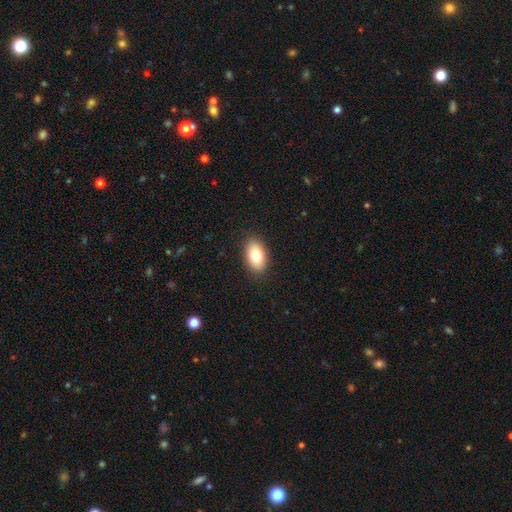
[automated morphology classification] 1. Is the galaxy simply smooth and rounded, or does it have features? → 80% smooth, 13% featured or disk, 7% star or artifact.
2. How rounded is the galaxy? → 92% in between, 6% round, 2% cigar-shaped.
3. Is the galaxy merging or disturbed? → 89% none, 8% minor disturbance, 2% major disturbance, 1% merger.